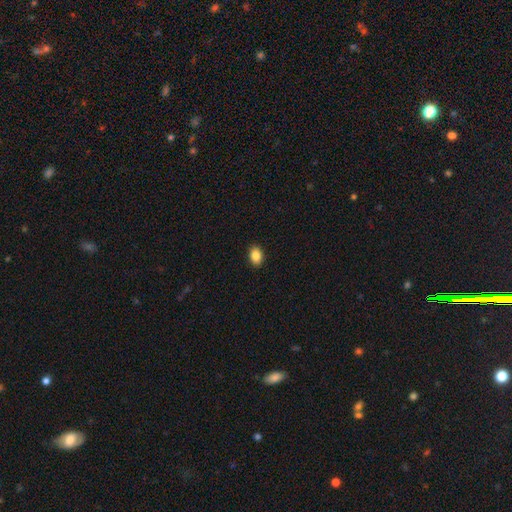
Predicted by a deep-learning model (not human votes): smooth 87%, star or artifact 8%, featured or disk 4%. Down the decision tree: how rounded — in between (82%); merging — none (91%).